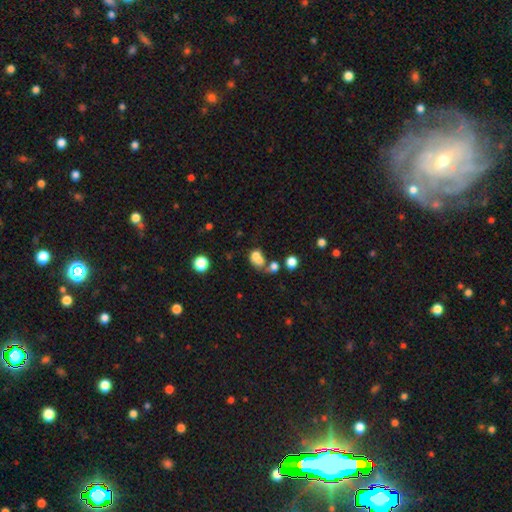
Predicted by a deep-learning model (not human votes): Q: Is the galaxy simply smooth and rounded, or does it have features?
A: smooth — 71%.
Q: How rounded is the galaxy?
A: in between — 64%.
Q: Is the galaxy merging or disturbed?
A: merger — 51%.